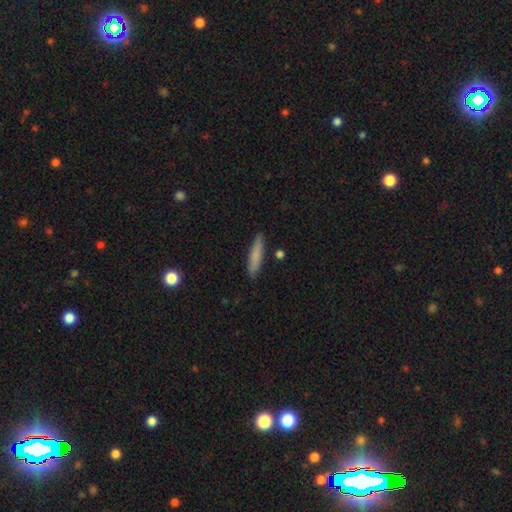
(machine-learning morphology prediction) This appears to be a smooth galaxy with no disk features (78%) that is cigar-shaped (85%). Merging: none (85%).